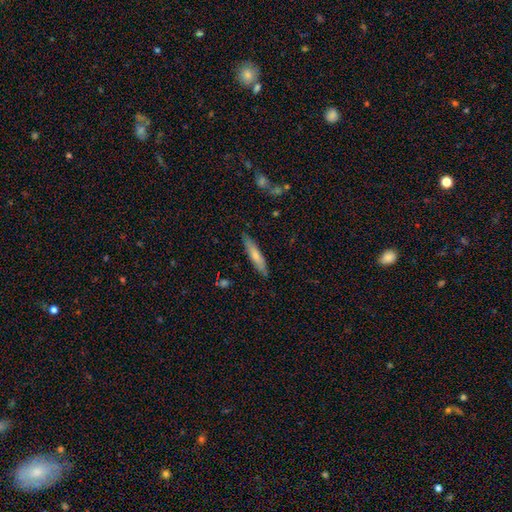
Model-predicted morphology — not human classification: smooth-or-featured: smooth: 69% | featured or disk: 25% | star or artifact: 6%
  how-rounded: cigar-shaped: 86% | in between: 12% | round: 1%
  merging: none: 85% | minor disturbance: 11% | major disturbance: 2% | merger: 2%